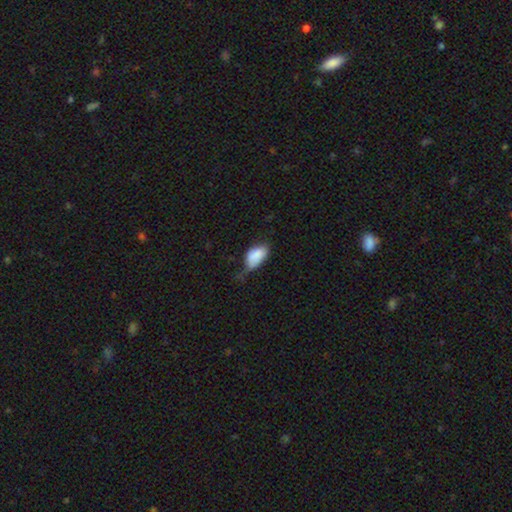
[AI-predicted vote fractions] smooth 83%, featured or disk 10%, star or artifact 7%. Down the decision tree: how rounded — in between (93%); merging — minor disturbance (45%).